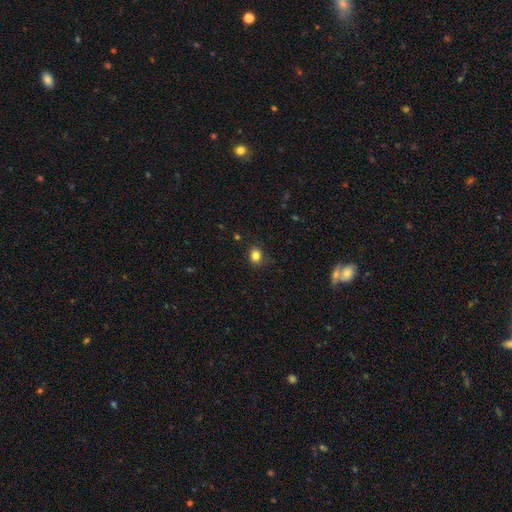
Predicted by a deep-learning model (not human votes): Smooth or featured: smooth — 83% (star or artifact — 12%)
How rounded: round — 63% (in between — 36%)
Merging: none — 87% (minor disturbance — 10%)